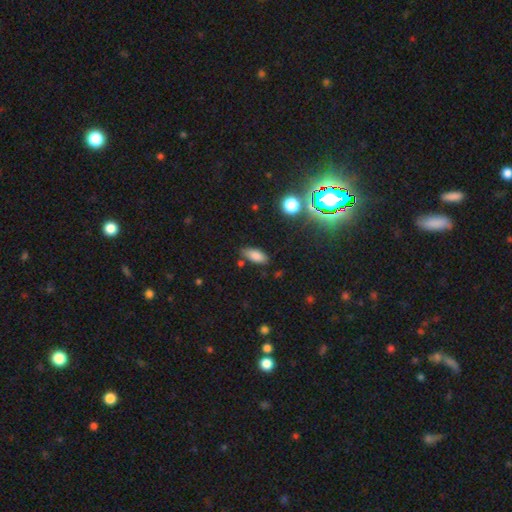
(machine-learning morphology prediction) Overall: smooth (80%). How rounded: in between (83%). Merging: none (77%).